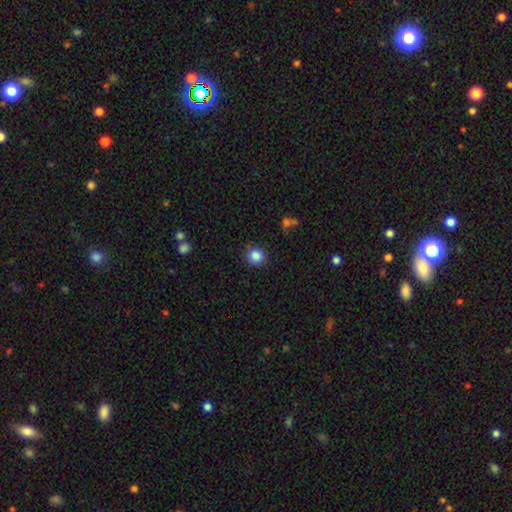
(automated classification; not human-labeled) Smooth or featured? smooth (86%)
How rounded? round (91%)
Merging? none (84%)